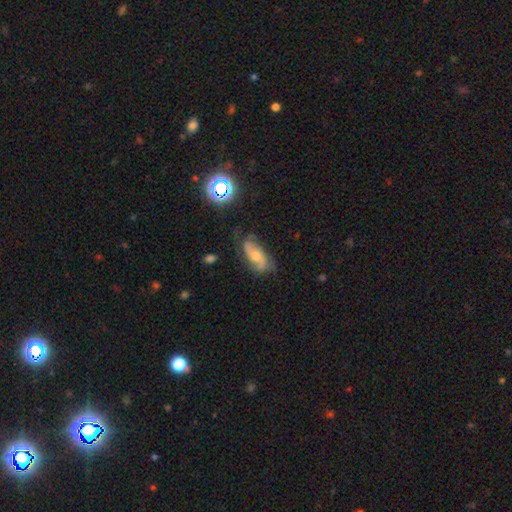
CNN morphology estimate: Smooth or featured? featured or disk (60%)
Edge-on disk? no (90%)
Bar? no (59%)
Spiral arms? yes (87%)
Bulge size? moderate (50%)
Merging? none (65%)